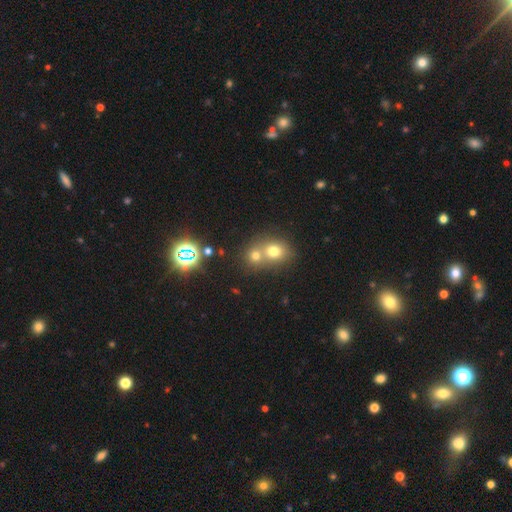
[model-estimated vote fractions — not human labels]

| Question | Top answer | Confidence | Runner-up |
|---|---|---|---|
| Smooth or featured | smooth | 66% | star or artifact (22%) |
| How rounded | round | 76% | in between (23%) |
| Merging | merger | 53% | none (39%) |